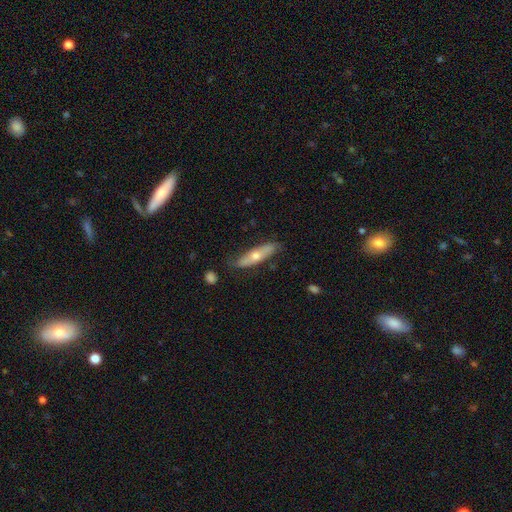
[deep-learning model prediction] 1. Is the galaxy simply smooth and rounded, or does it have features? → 49% smooth, 45% featured or disk, 6% star or artifact.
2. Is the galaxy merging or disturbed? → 79% none, 17% minor disturbance, 3% major disturbance, 2% merger.